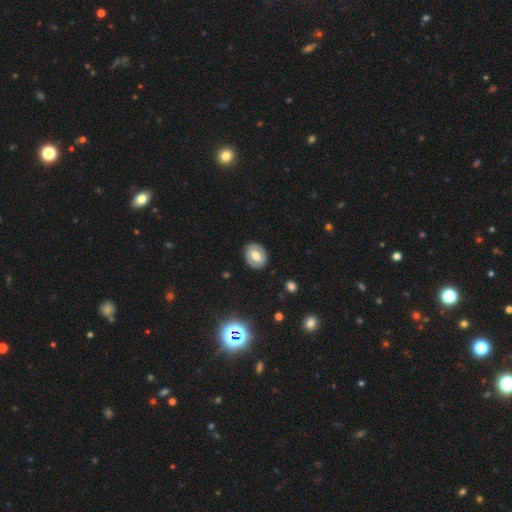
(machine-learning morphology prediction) A smooth galaxy with no disk features (54%) that is in between round and cigar-shaped (59%). Merging: none (85%).